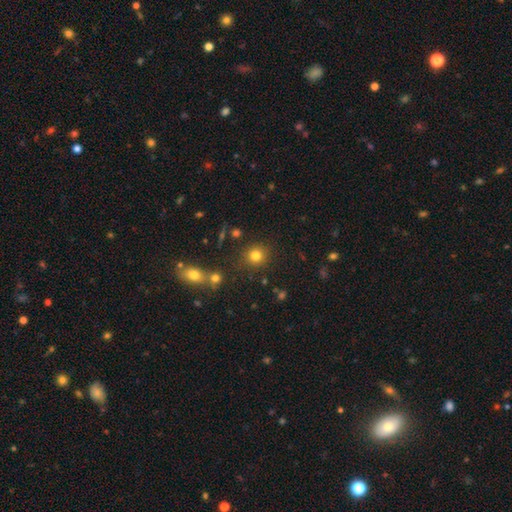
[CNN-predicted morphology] type=smooth (78%); roundness=round (91%); merging=none (84%).